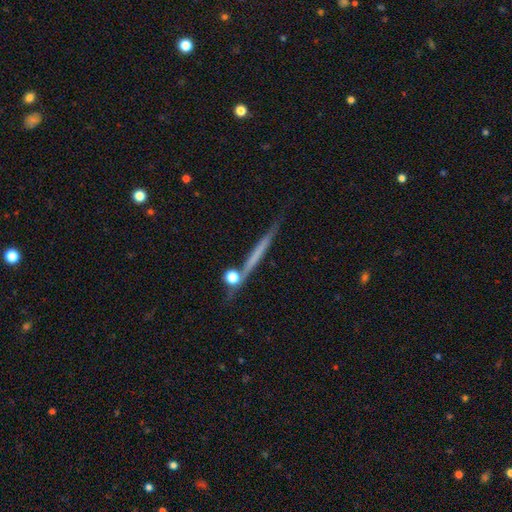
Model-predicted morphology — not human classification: A featured or disk galaxy (51%) viewed edge-on (95%).

Vote fractions:
- Smooth or featured? featured or disk: 51% / smooth: 41% / star or artifact: 8%
- Edge-on disk? yes: 95% / no: 5%
- Merging? none: 80% / minor disturbance: 11% / merger: 6% / major disturbance: 3%